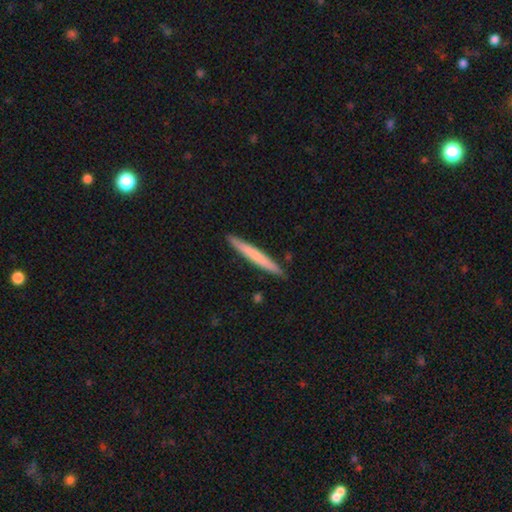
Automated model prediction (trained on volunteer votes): Smooth or featured: smooth — 66% (featured or disk — 29%)
How rounded: cigar-shaped — 97% (in between — 2%)
Merging: none — 91% (minor disturbance — 6%)